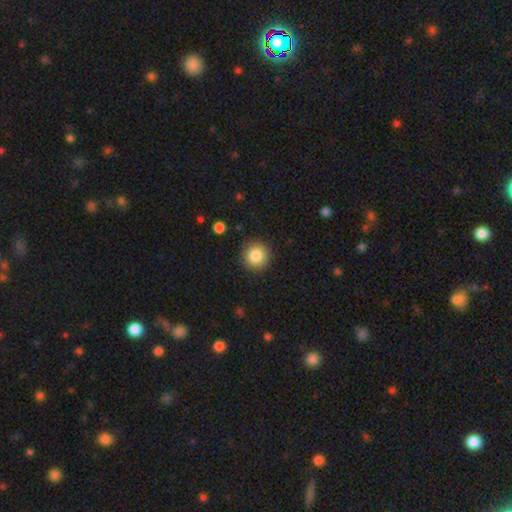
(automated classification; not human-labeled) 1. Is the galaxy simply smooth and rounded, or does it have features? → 85% smooth, 9% star or artifact, 6% featured or disk.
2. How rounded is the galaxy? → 94% round, 5% in between, 1% cigar-shaped.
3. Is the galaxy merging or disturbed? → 90% none, 7% minor disturbance, 2% major disturbance, 1% merger.